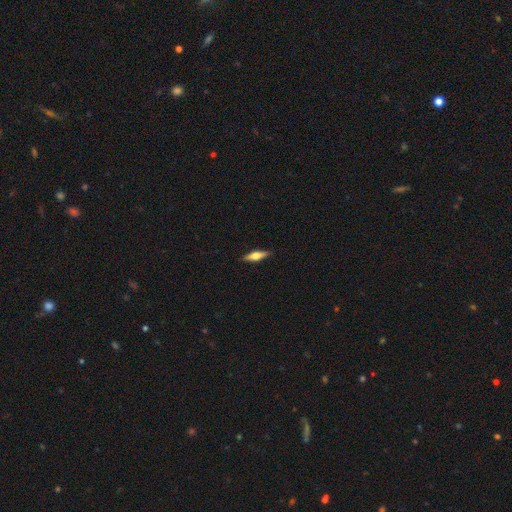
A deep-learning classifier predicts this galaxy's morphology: Smooth or featured: featured or disk — 50% (smooth — 44%)
Merging: none — 88% (minor disturbance — 9%)